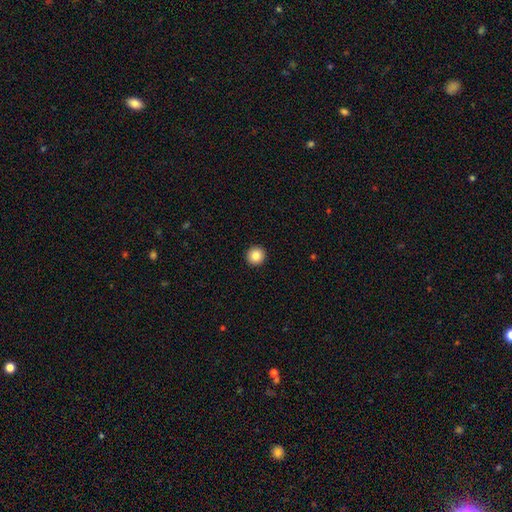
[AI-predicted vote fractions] The model was most divided on "smooth or featured": smooth: 86%, star or artifact: 9%, featured or disk: 5%. More confident: how rounded — round (95%); merging — none (94%).